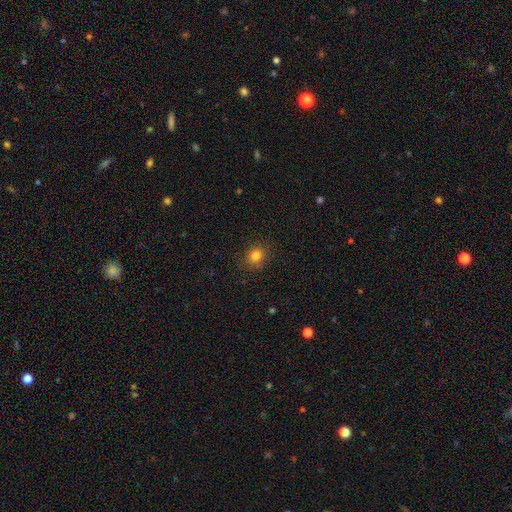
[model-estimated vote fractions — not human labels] smooth_or_featured: smooth (p=0.81) [alt: star or artifact p=0.13]
how_rounded: round (p=0.76) [alt: in between p=0.23]
merging: none (p=0.85) [alt: minor disturbance p=0.11]